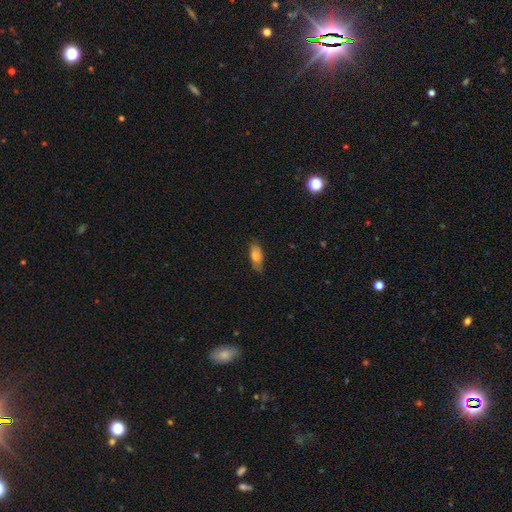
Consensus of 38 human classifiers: Smooth or featured? 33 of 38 (87%) said smooth. How rounded? 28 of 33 (85%) said in between. Merging? 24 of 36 (67%) said none.